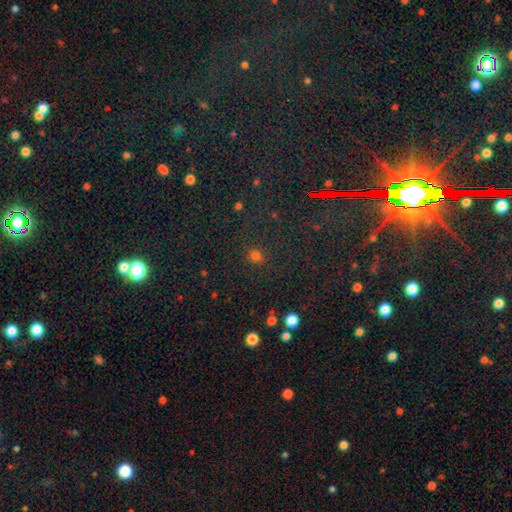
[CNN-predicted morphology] Smooth or featured?
  - smooth: 70% *
  - star or artifact: 24%
  - featured or disk: 6%
How rounded?
  - round: 79% *
  - in between: 19%
  - cigar-shaped: 1%
Merging?
  - none: 83% *
  - minor disturbance: 10%
  - major disturbance: 4%
  - merger: 3%